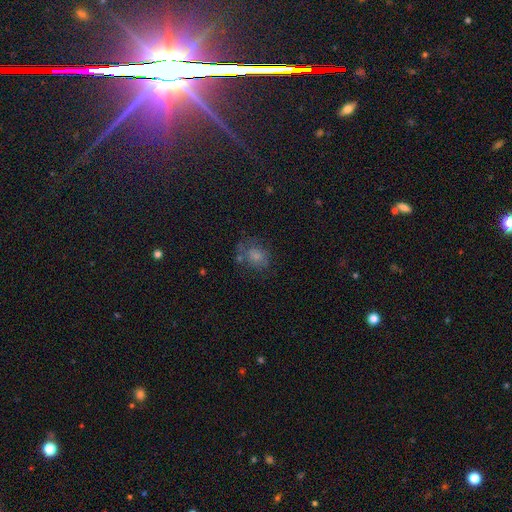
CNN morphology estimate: Smooth or featured? smooth (67%)
How rounded? round (57%)
Merging? none (55%)